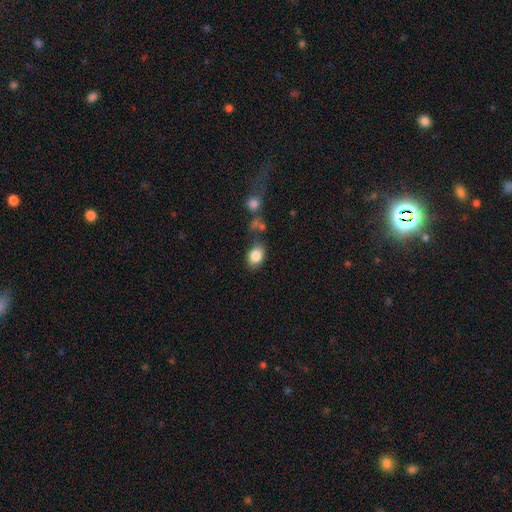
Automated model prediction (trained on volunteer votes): Morphology: type=smooth (84%); roundness=in between (68%); merging=none (68%).